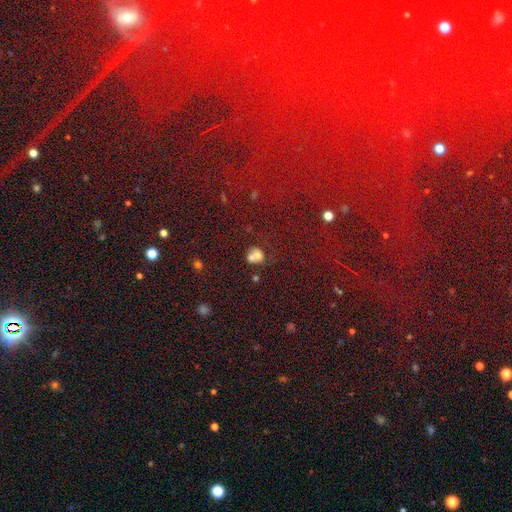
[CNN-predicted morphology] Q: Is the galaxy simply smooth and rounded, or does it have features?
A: smooth — 64%.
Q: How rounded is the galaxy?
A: round — 66%.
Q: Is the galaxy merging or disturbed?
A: merger — 51%.